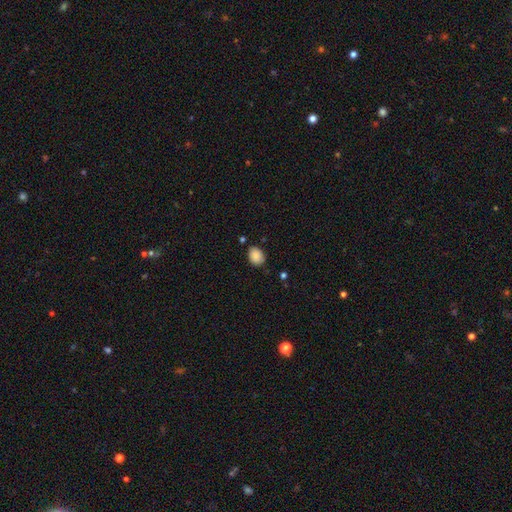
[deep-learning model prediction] Smooth or featured? smooth (88%)
How rounded? in between (64%)
Merging? none (78%)